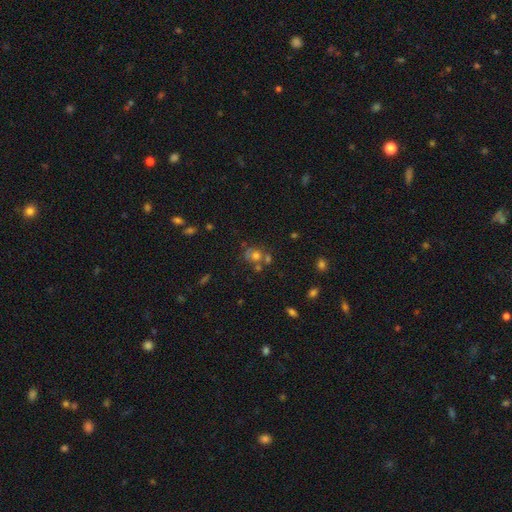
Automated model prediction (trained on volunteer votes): A smooth galaxy with no disk features (57%) that is round (74%). Merging: none (48%).